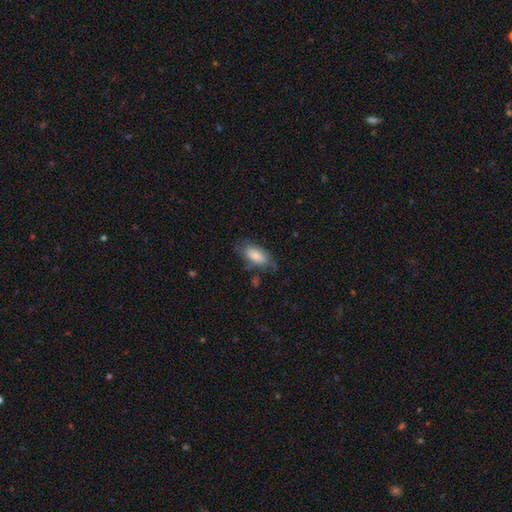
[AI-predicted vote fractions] Smooth or featured? Predicted: smooth (p=0.72). How rounded? Predicted: in between (p=0.89). Merging? Predicted: none (p=0.61).